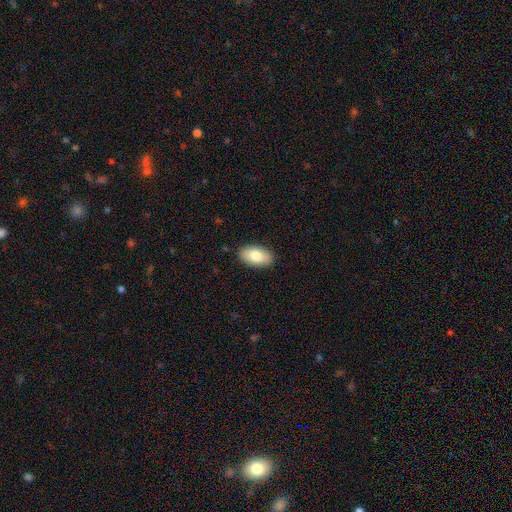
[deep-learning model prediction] This appears to be a smooth galaxy with no disk features (81%) that is in between round and cigar-shaped (94%). Merging: none (88%).